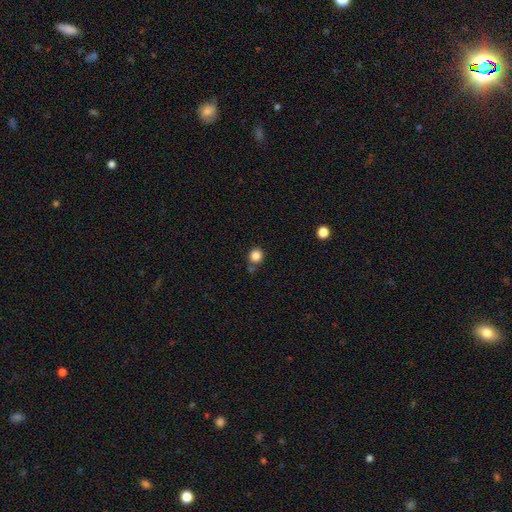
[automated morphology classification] A smooth galaxy with no disk features (85%) that is round (87%). Merging: none (76%).